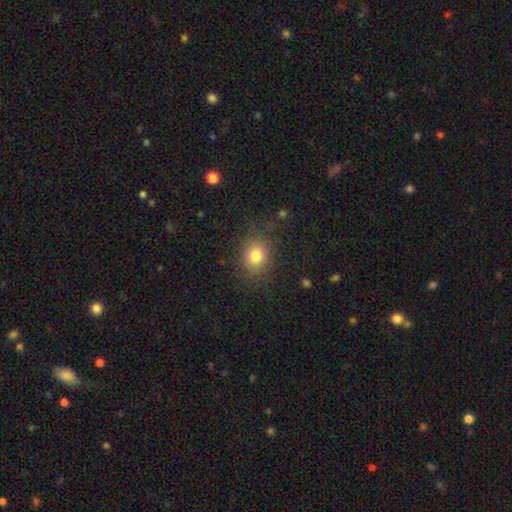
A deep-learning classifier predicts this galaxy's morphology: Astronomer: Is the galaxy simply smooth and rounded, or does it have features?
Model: smooth — 80%.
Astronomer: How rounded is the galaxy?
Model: round — 56% (runner-up: in between, 43%).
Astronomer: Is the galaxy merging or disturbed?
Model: none — 80%.